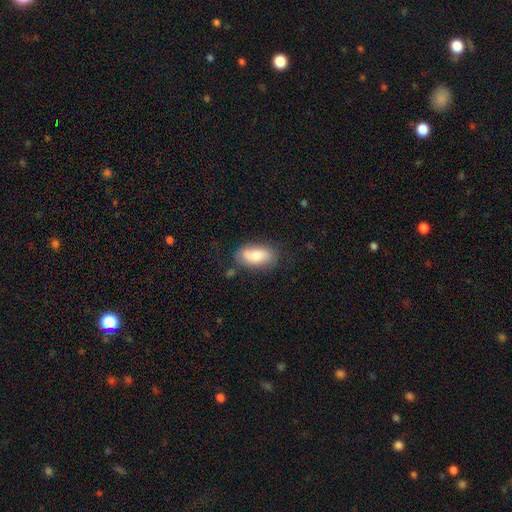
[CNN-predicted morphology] Overall: smooth (69%). How rounded: in between (91%). Merging: none (66%).